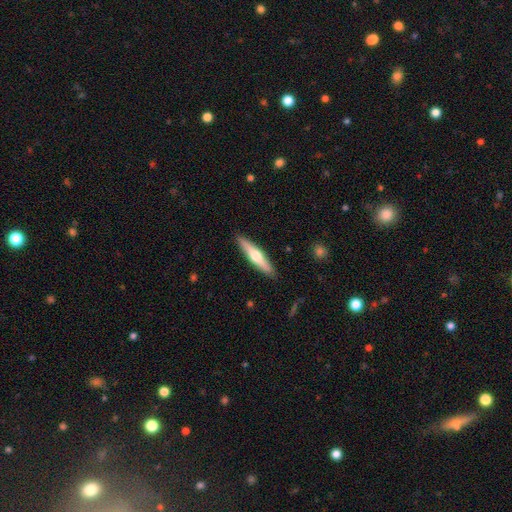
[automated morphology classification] This is possibly a featured or disk galaxy (50%). Merging: clearly none (90%).